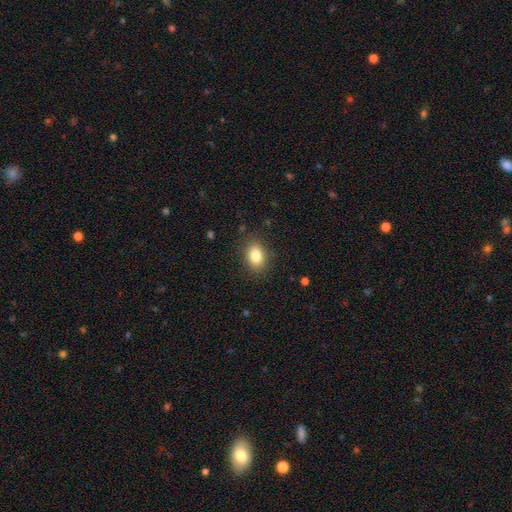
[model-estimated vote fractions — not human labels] A smooth galaxy with no disk features (84%) that is in between round and cigar-shaped (76%). Merging: none (85%).